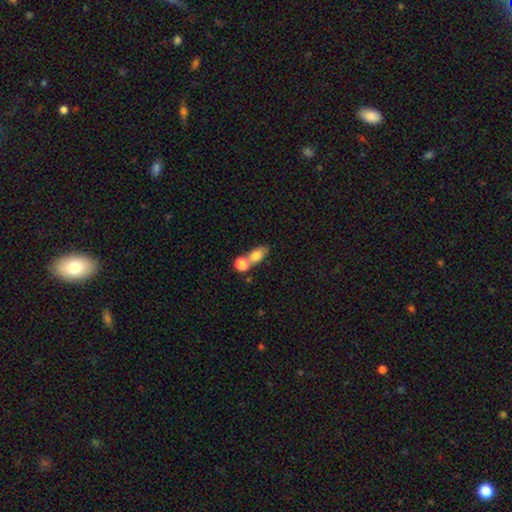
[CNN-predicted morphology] Overall: smooth (78%). How rounded: in between (72%). Merging: merger (46%; none 39%).